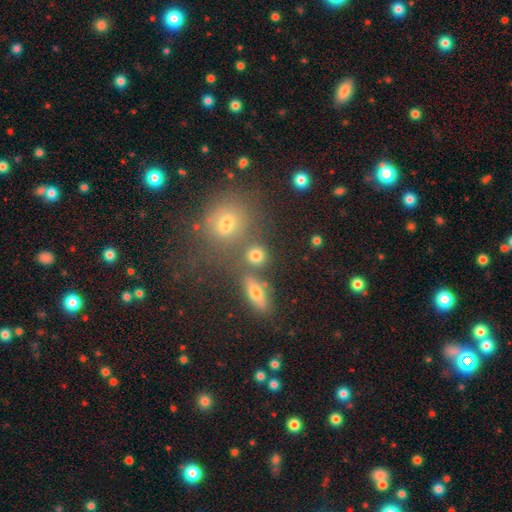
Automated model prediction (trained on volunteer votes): smooth 76%, star or artifact 15%, featured or disk 10%. Down the decision tree: how rounded — round (79%); merging — none (71%).